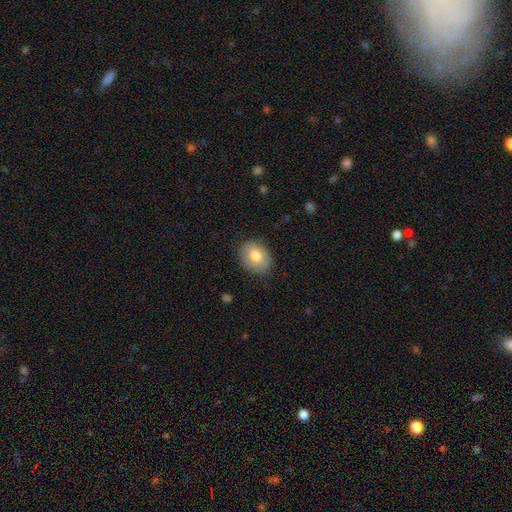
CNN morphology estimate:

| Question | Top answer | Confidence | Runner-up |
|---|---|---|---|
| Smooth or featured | smooth | 73% | featured or disk (20%) |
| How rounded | in between | 66% | round (33%) |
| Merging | none | 81% | minor disturbance (15%) |